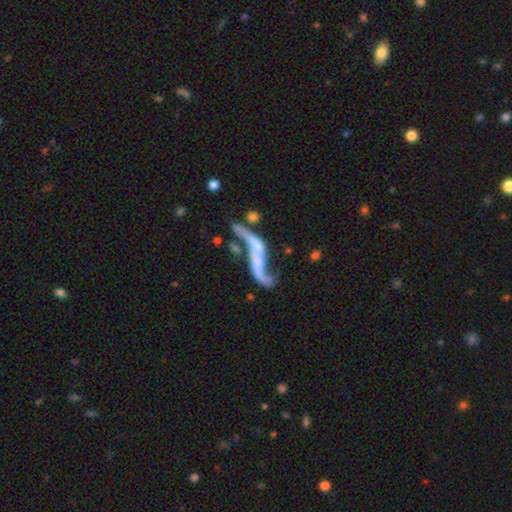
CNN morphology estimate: This appears to be a featured or disk galaxy (81%) with no bar (53%), 2 (86%) loose (92%) spiral arms (81%) and a small central bulge (45%). Merging: none (36%).